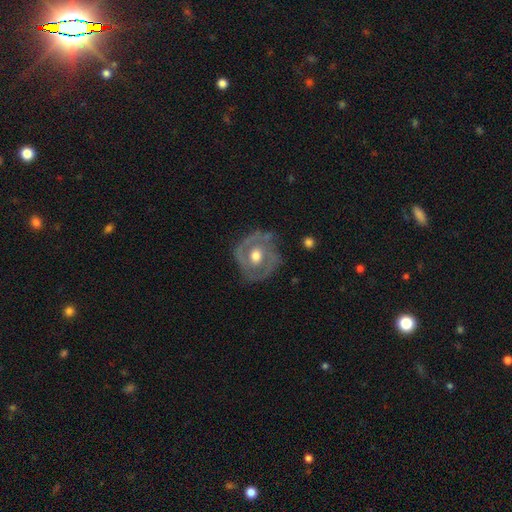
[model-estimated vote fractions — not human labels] The model was most divided on "spiral arms": yes: 61%, no: 39%. More confident: edge-on disk — no (96%); bulge size — moderate (75%); smooth or featured — featured or disk (73%); merging — none (69%); bar — no (68%).